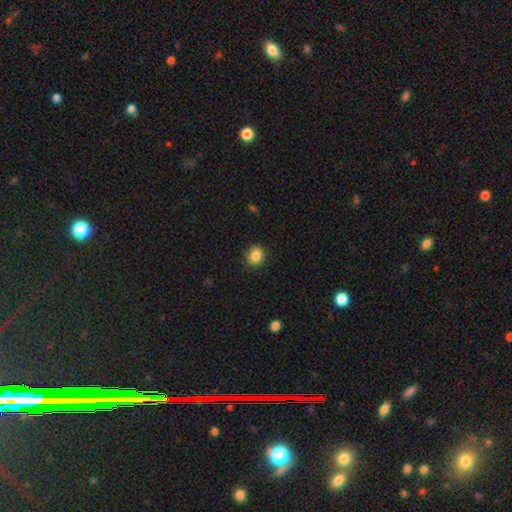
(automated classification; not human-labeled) Q: Smooth or featured?
A: smooth (86%); runner-up: star or artifact (10%)
Q: How rounded?
A: round (74%); runner-up: in between (25%)
Q: Merging?
A: none (88%); runner-up: minor disturbance (9%)